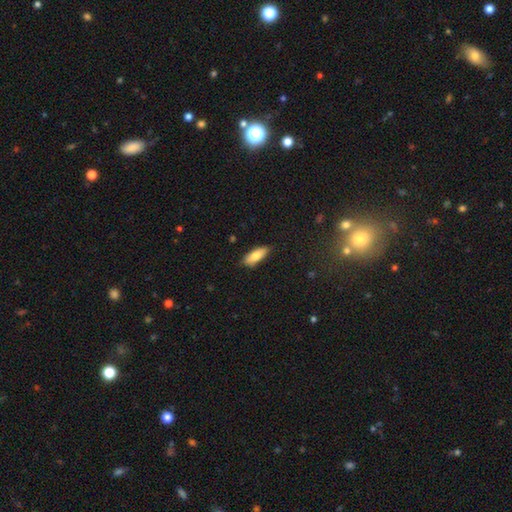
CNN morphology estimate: This appears to be a smooth galaxy with no disk features (79%) that is in between round and cigar-shaped (73%). Merging: none (81%).